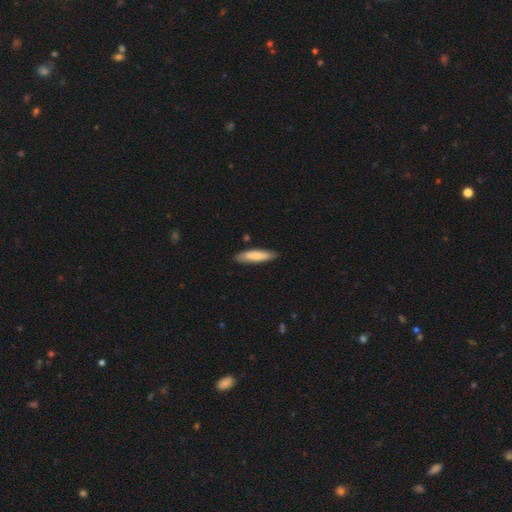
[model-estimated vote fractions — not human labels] smooth 76%, featured or disk 18%, star or artifact 5%. Down the decision tree: how rounded — cigar-shaped (74%); merging — none (86%).